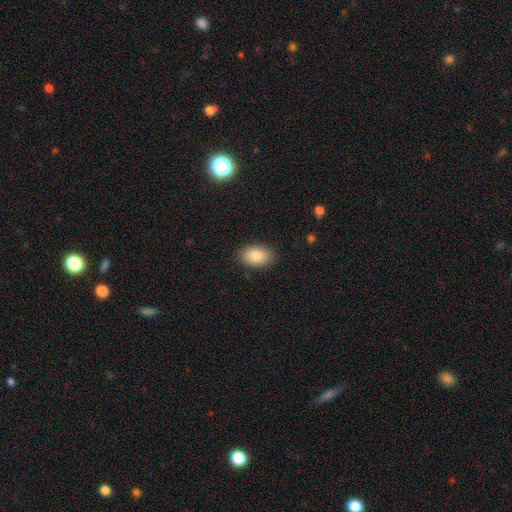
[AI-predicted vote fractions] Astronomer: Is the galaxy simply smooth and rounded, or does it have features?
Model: smooth — 86%.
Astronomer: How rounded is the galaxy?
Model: in between — 90%.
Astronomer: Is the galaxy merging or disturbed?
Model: none — 87%.